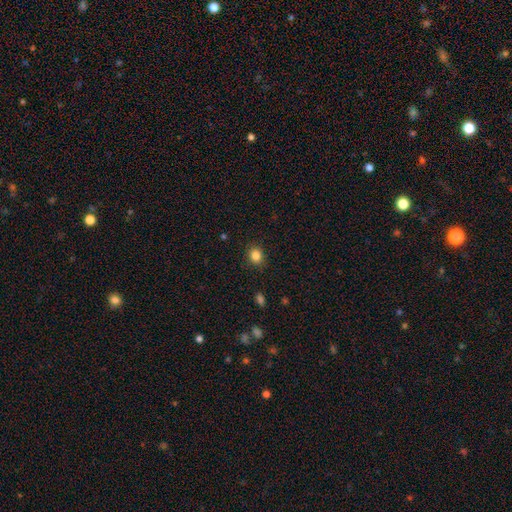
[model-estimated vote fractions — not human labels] Smooth or featured? Predicted: smooth (p=0.84). How rounded? Predicted: round (p=0.64). Merging? Predicted: none (p=0.88).